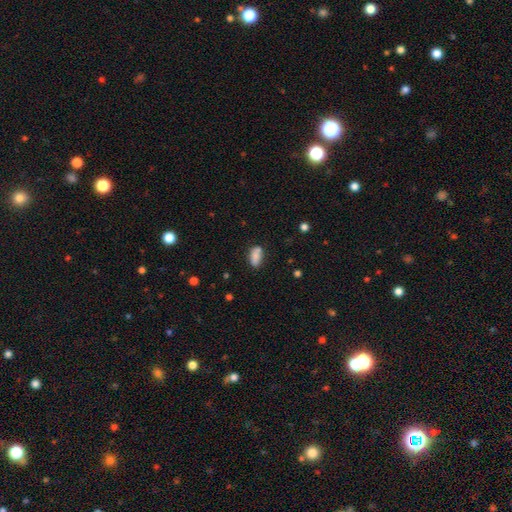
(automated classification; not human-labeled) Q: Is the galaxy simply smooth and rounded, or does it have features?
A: smooth — 80%.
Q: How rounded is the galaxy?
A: in between — 87%.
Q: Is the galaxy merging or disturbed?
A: none — 62%.